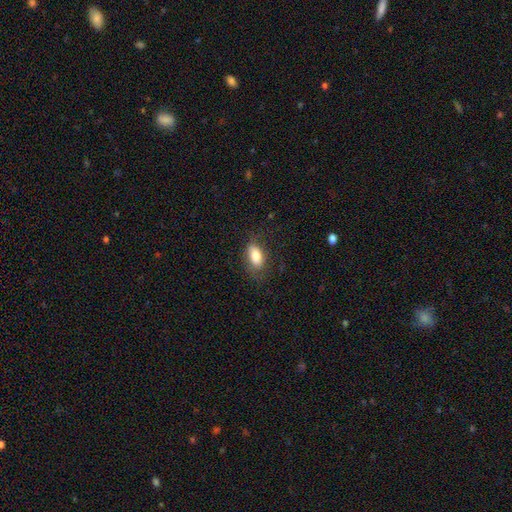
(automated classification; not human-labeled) This appears to be a smooth galaxy with no disk features (81%) that is in between round and cigar-shaped (89%). Merging: none (71%).